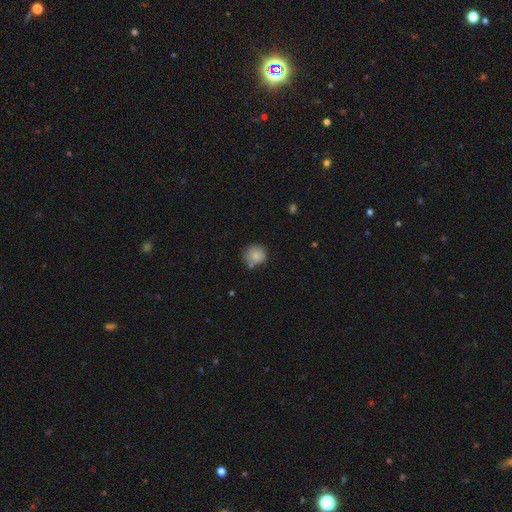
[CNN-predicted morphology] smooth 82%, featured or disk 9%, star or artifact 9%. Down the decision tree: how rounded — round (90%); merging — none (68%).